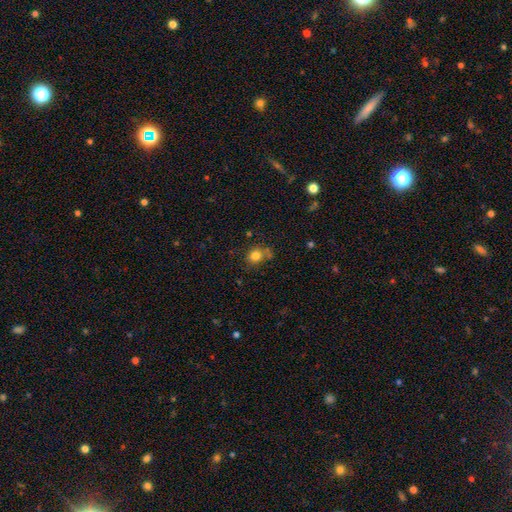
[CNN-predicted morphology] A smooth galaxy with no disk features (80%) that is round (68%). Merging: none (65%).